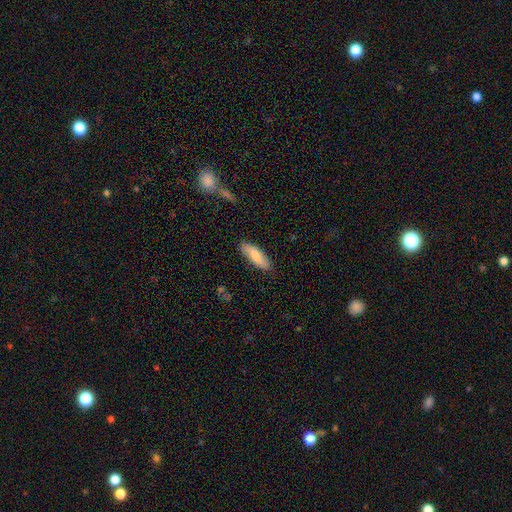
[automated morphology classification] Smooth or featured? smooth (78%)
How rounded? in between (60%)
Merging? none (85%)